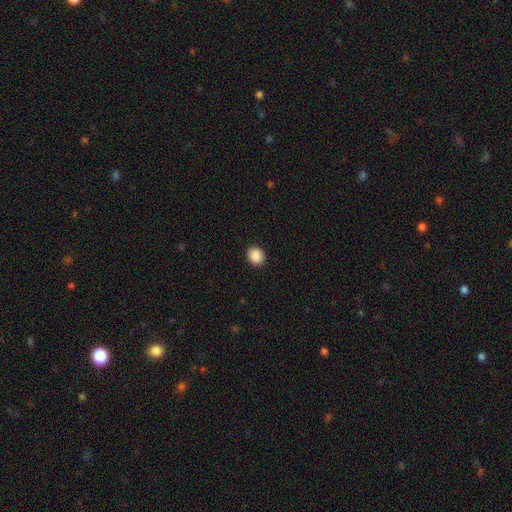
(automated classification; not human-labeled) Q: Smooth or featured?
A: smooth (89%); runner-up: star or artifact (8%)
Q: How rounded?
A: round (67%); runner-up: in between (32%)
Q: Merging?
A: none (91%); runner-up: minor disturbance (6%)